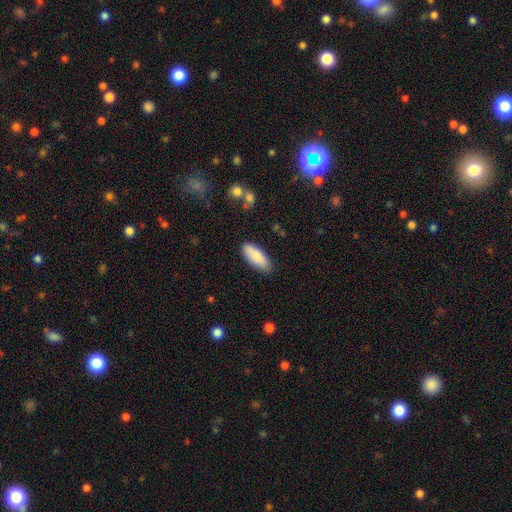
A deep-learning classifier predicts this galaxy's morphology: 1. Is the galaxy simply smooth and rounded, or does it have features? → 85% smooth, 9% featured or disk, 6% star or artifact.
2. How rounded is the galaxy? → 74% in between, 25% cigar-shaped, 2% round.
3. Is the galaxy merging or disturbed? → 84% none, 12% minor disturbance, 2% major disturbance, 2% merger.